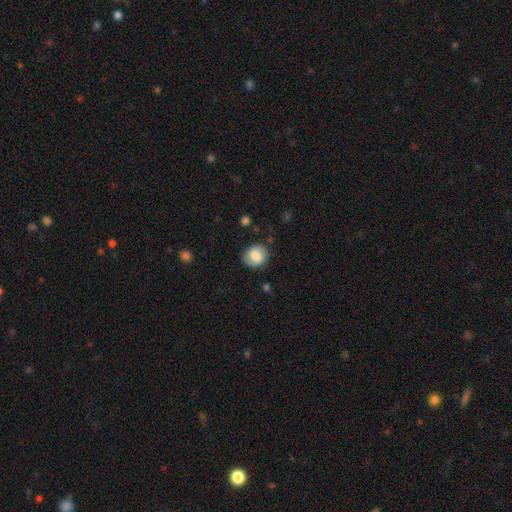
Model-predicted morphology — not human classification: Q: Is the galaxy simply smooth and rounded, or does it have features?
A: smooth — 73%.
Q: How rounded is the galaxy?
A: round — 76%.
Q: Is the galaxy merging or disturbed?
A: none — 77%.